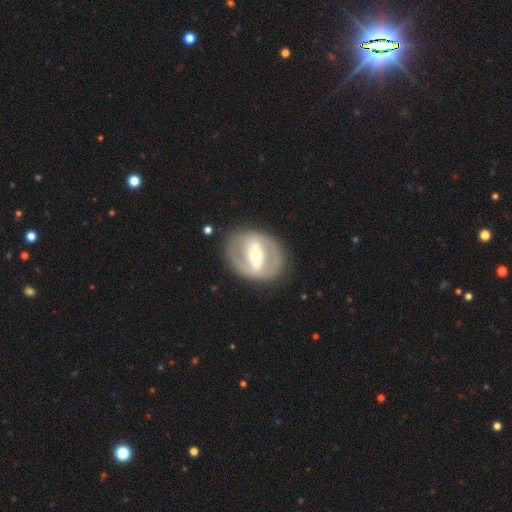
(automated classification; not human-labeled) Smooth or featured: featured or disk — 77% (smooth — 18%)
Edge-on disk: no — 93% (yes — 7%)
Bar: strong — 69% (weak — 21%)
Spiral arms: no — 58% (yes — 42%)
Bulge size: moderate — 61% (small — 32%)
Merging: none — 83% (minor disturbance — 10%)